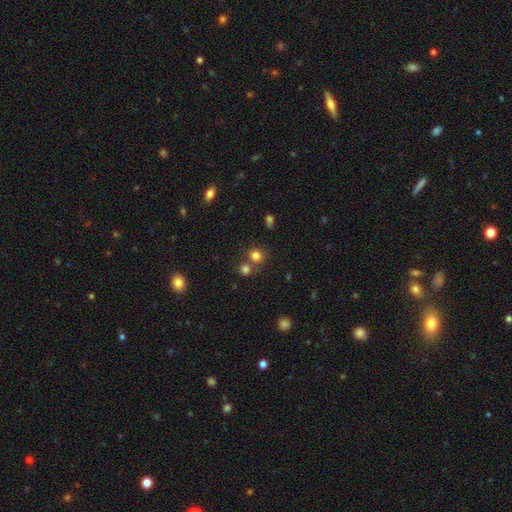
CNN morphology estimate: A smooth galaxy with no disk features (78%) that is round (88%). Merging: none (64%).